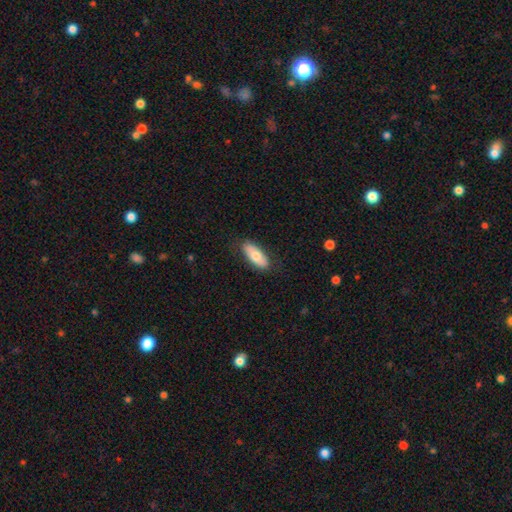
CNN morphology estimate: Q: Smooth or featured?
A: smooth (74%); runner-up: featured or disk (21%)
Q: How rounded?
A: in between (80%); runner-up: cigar-shaped (18%)
Q: Merging?
A: none (84%); runner-up: minor disturbance (13%)